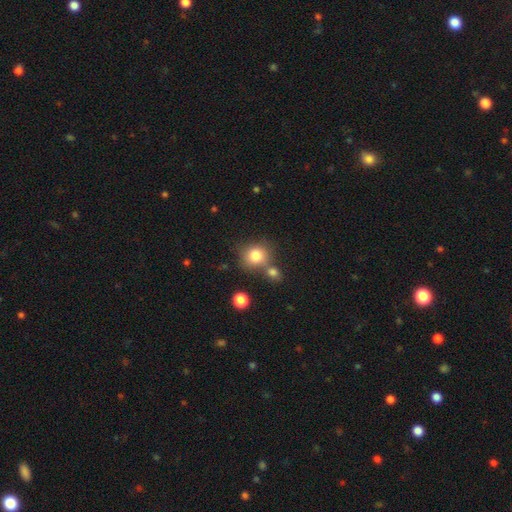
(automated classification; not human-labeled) Morphology: type=smooth (81%); roundness=round (81%); merging=none (60%).